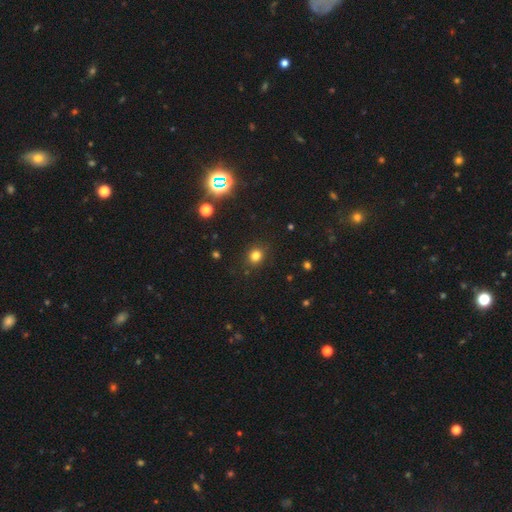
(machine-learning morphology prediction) This is likely a smooth galaxy (77%). How rounded: likely round (78%). Merging: clearly none (88%).